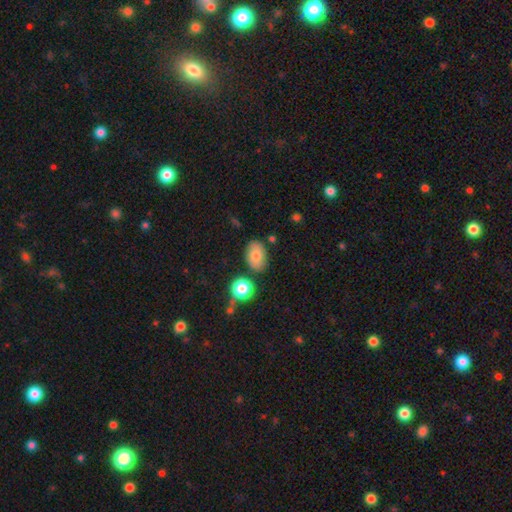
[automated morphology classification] Q: Smooth or featured?
A: smooth (73%); runner-up: featured or disk (17%)
Q: How rounded?
A: in between (83%); runner-up: round (16%)
Q: Merging?
A: none (76%); runner-up: minor disturbance (15%)